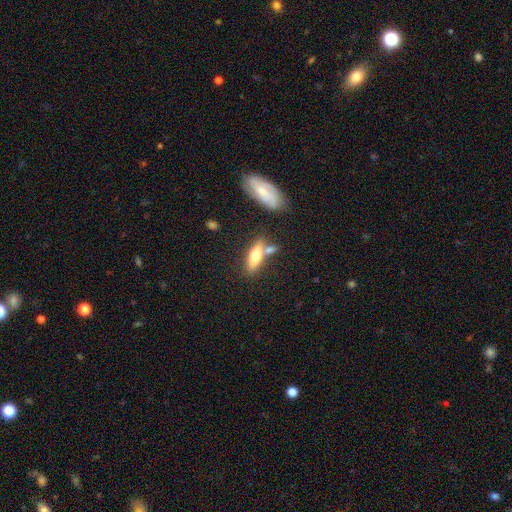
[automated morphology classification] Q: Smooth or featured?
A: smooth (60%); runner-up: featured or disk (33%)
Q: How rounded?
A: in between (58%); runner-up: cigar-shaped (39%)
Q: Merging?
A: none (57%); runner-up: merger (25%)